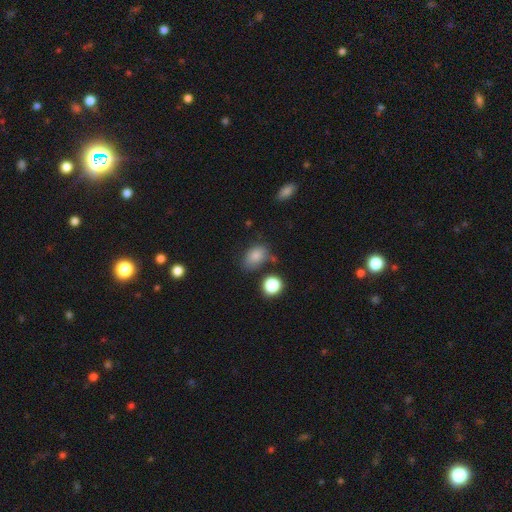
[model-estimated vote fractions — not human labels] Smooth or featured? smooth (83%)
How rounded? in between (78%)
Merging? none (64%)